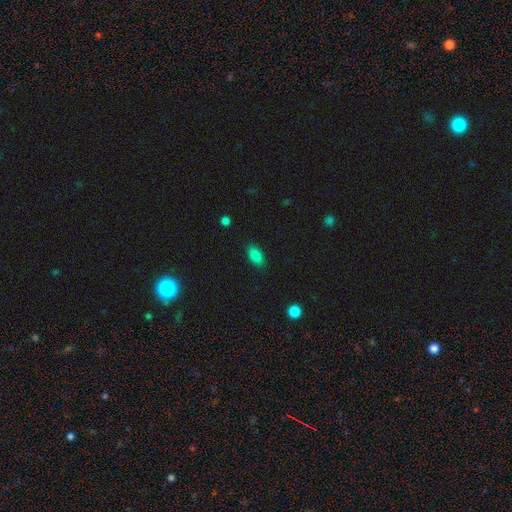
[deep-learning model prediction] smooth-or-featured: smooth: 85% | star or artifact: 9% | featured or disk: 6%
  how-rounded: in between: 90% | round: 6% | cigar-shaped: 4%
  merging: none: 86% | minor disturbance: 10% | major disturbance: 3% | merger: 1%